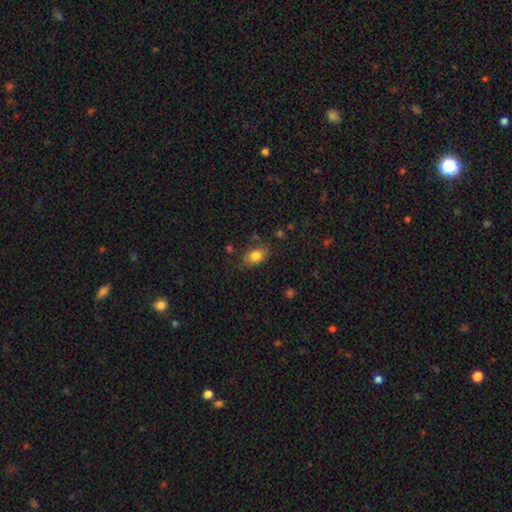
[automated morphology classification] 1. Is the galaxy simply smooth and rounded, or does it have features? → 82% smooth, 9% star or artifact, 9% featured or disk.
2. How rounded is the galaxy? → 82% in between, 16% round, 2% cigar-shaped.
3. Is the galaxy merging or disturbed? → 74% none, 19% minor disturbance, 5% major disturbance, 3% merger.